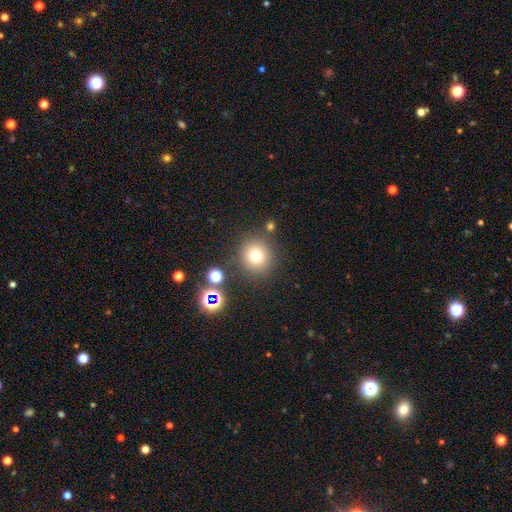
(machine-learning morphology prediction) This appears to be a smooth galaxy with no disk features (74%) that is round (92%). Merging: none (83%).